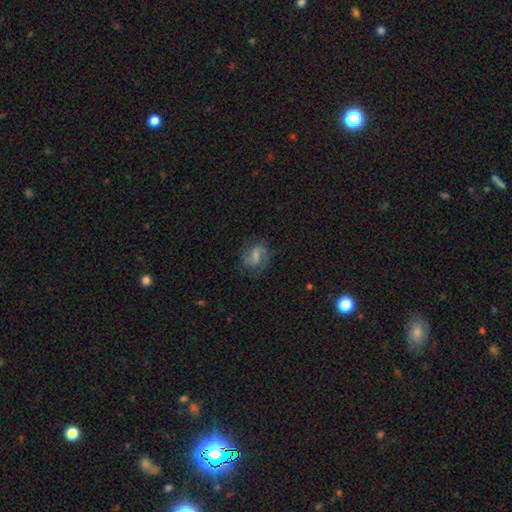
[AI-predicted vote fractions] smooth_or_featured: featured or disk (p=0.54) [alt: smooth p=0.37]
disk_edge_on: no (p=0.97) [alt: yes p=0.03]
bar: weak (p=0.50) [alt: no p=0.27]
has_spiral_arms: yes (p=0.85) [alt: no p=0.15]
bulge_size: small (p=0.38) [alt: none p=0.28]
merging: none (p=0.67) [alt: minor disturbance p=0.20]